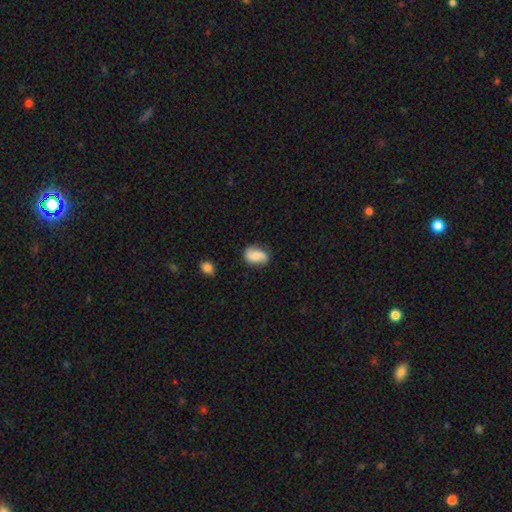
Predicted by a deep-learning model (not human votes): smooth-or-featured: featured or disk: 48% | smooth: 44% | star or artifact: 8%
  merging: none: 76% | minor disturbance: 18% | major disturbance: 4% | merger: 2%